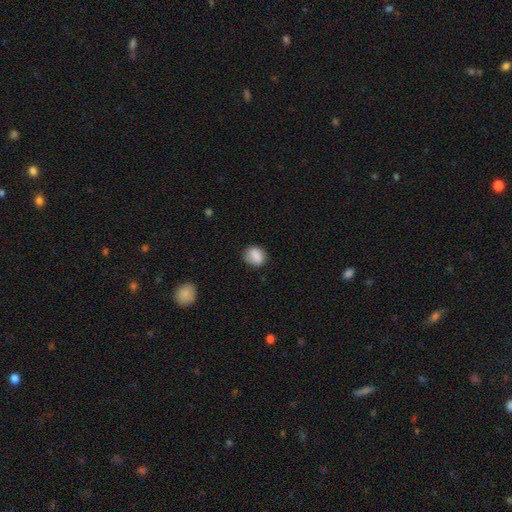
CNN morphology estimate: Q: Smooth or featured?
A: smooth (83%); runner-up: featured or disk (9%)
Q: How rounded?
A: round (59%); runner-up: in between (40%)
Q: Merging?
A: none (78%); runner-up: minor disturbance (17%)